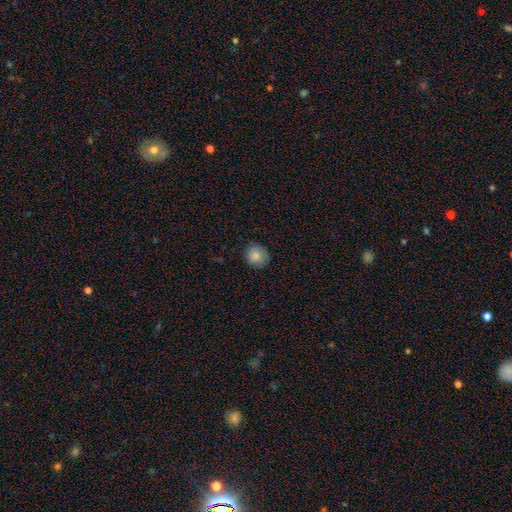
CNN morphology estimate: Overall: smooth (84%). How rounded: round (86%). Merging: none (84%).